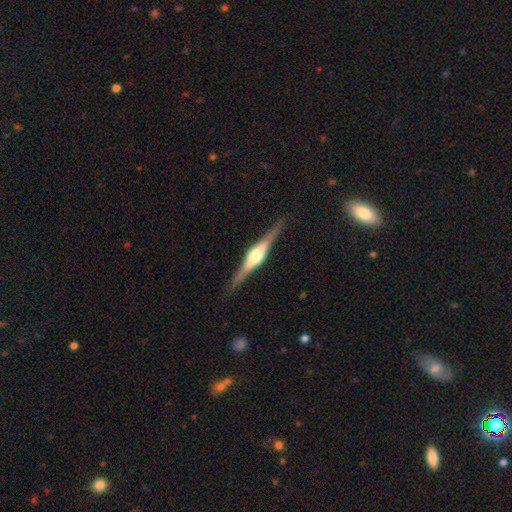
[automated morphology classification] type=featured or disk (81%); edge-on=yes (98%); edge-on bulge=rounded (85%); merging=none (89%).